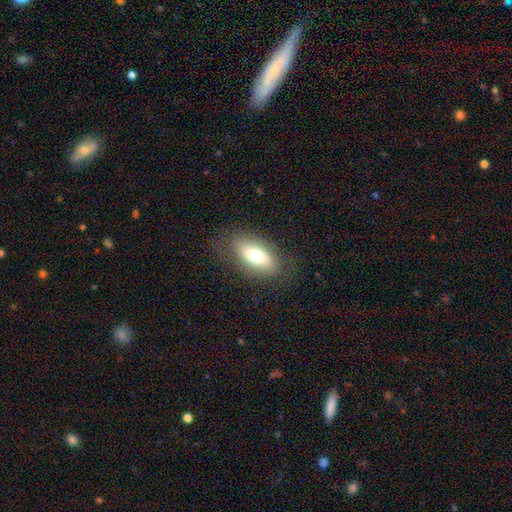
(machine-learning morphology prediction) This appears to be a smooth galaxy with no disk features (62%) that is in between round and cigar-shaped (87%). Merging: none (79%).